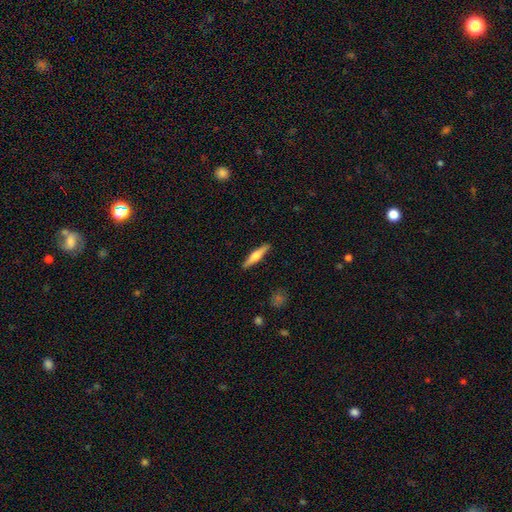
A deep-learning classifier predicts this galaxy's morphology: Smooth or featured? Predicted: featured or disk (p=0.50). Edge-on disk? Predicted: yes (p=0.97). Merging? Predicted: none (p=0.91).